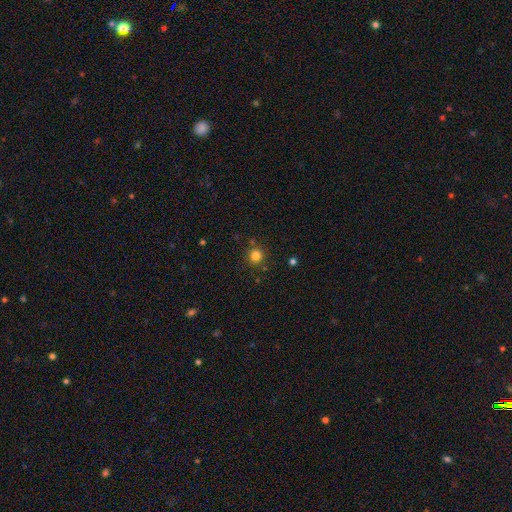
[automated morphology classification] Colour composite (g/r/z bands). It shows a smooth galaxy with no disk features (81%) that is round (93%). Merging: none (85%).